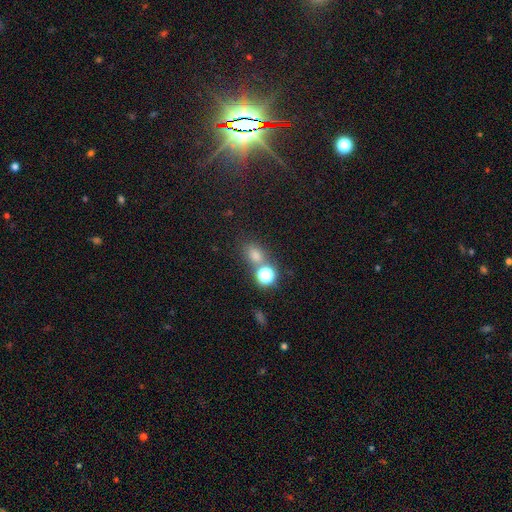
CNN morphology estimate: Overall: smooth (61%; star or artifact 30%). How rounded: round (51%; in between 46%). Merging: none (61%; merger 24%).